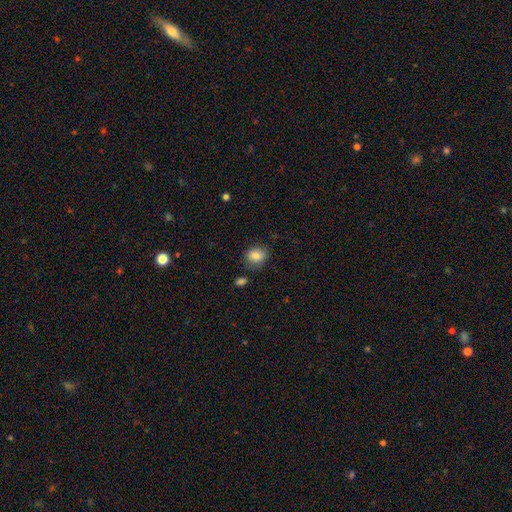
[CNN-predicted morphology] This is clearly a smooth galaxy (82%). How rounded: possibly round (58%). Merging: likely none (76%).